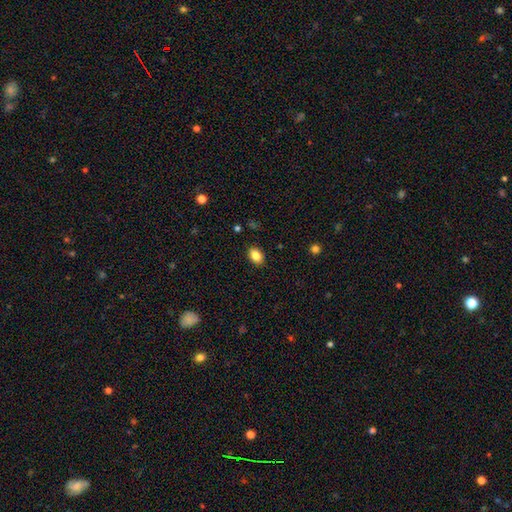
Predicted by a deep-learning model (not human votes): A smooth galaxy with no disk features (85%) that is in between round and cigar-shaped (80%). Merging: none (89%).